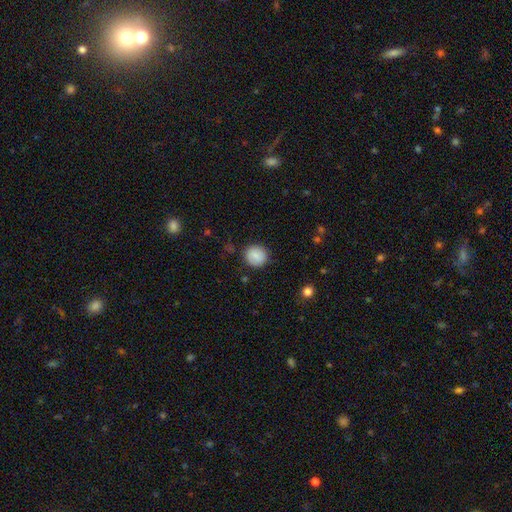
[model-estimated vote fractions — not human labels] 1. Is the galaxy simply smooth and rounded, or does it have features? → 84% smooth, 9% featured or disk, 8% star or artifact.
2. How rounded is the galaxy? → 88% round, 11% in between, 1% cigar-shaped.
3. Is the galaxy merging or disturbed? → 87% none, 9% minor disturbance, 3% major disturbance, 1% merger.